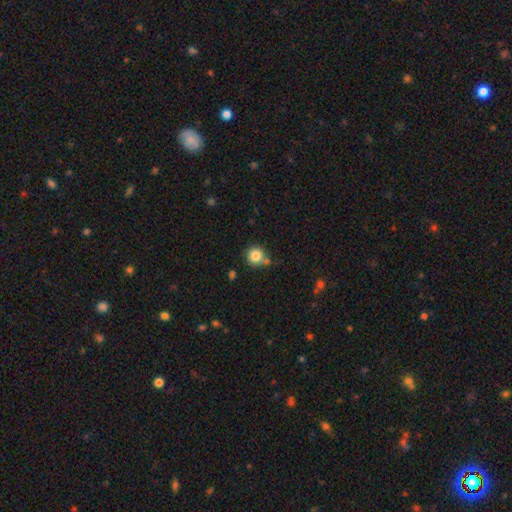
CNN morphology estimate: Q: Smooth or featured?
A: smooth (84%); runner-up: star or artifact (10%)
Q: How rounded?
A: round (93%); runner-up: in between (6%)
Q: Merging?
A: none (72%); runner-up: merger (14%)